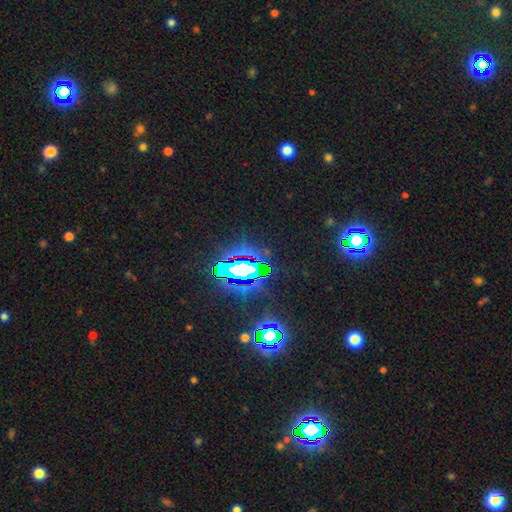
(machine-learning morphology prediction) type=star or artifact (82%).